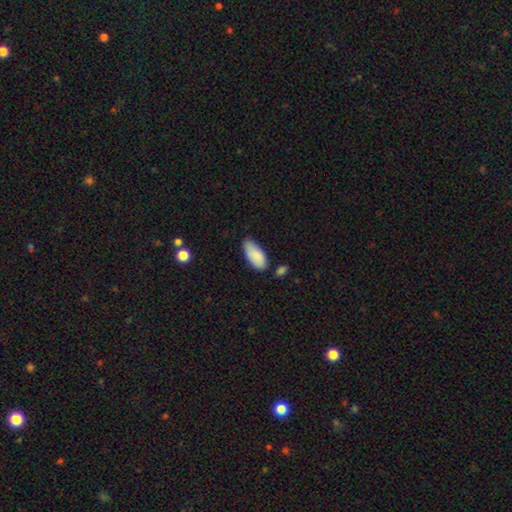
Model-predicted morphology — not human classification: This is clearly a smooth galaxy (87%). How rounded: clearly in between (89%). Merging: likely none (69%).